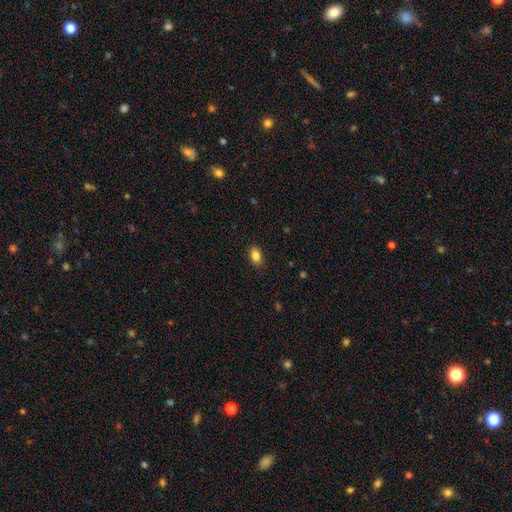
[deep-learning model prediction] A smooth galaxy with no disk features (86%) that is in between round and cigar-shaped (86%).

Vote fractions:
- Smooth or featured? smooth: 86% / star or artifact: 9% / featured or disk: 5%
- How rounded? in between: 86% / round: 12% / cigar-shaped: 2%
- Merging? none: 88% / minor disturbance: 9% / major disturbance: 2% / merger: 1%